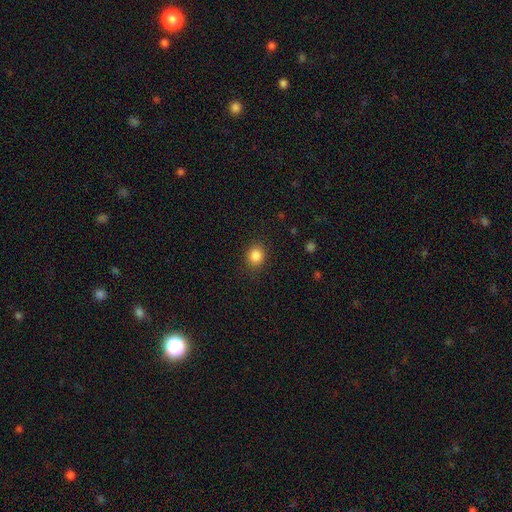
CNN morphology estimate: type=smooth (86%); roundness=round (79%); merging=none (88%).